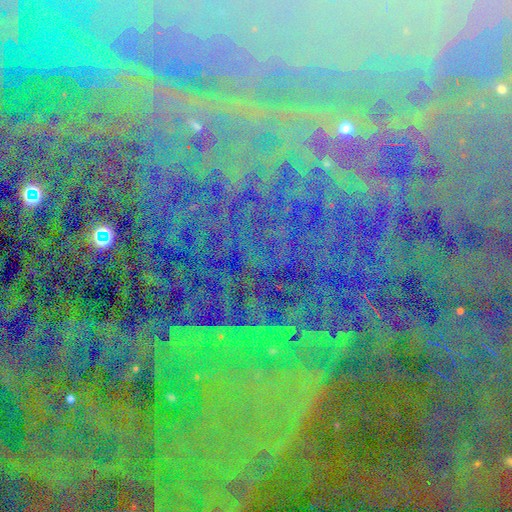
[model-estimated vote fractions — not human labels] This appears to be a star or artifact, not a galaxy (84%).